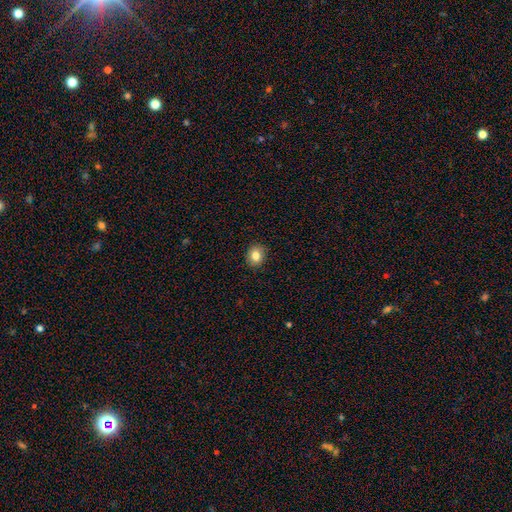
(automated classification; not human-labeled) smooth-or-featured: smooth: 83% | star or artifact: 10% | featured or disk: 7%
  how-rounded: round: 69% | in between: 30% | cigar-shaped: 1%
  merging: none: 90% | minor disturbance: 7% | major disturbance: 2% | merger: 1%